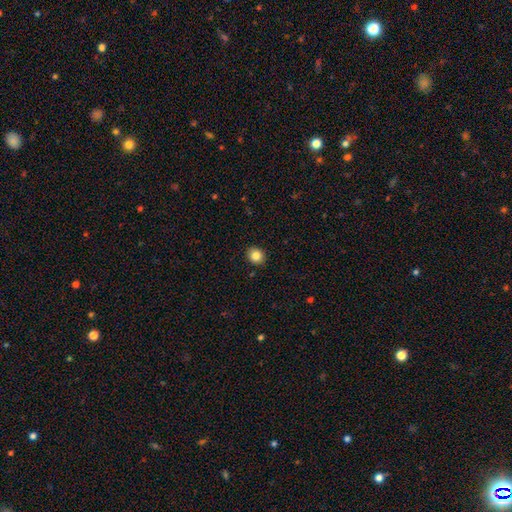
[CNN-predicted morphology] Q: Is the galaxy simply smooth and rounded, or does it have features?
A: smooth — 84%.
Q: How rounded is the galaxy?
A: round — 77%.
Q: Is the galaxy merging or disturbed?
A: none — 91%.